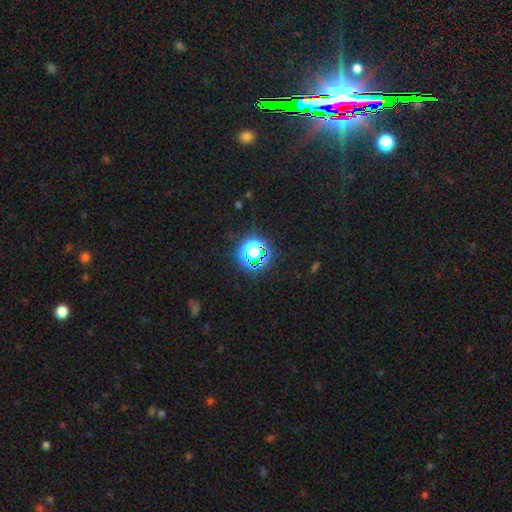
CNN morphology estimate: This is likely a star or artifact rather than a galaxy (72%).